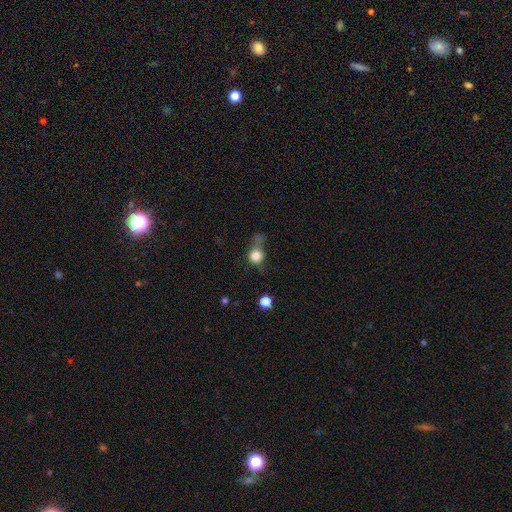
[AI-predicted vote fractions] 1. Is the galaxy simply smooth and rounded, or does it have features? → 74% smooth, 14% featured or disk, 12% star or artifact.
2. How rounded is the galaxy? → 82% round, 16% in between, 2% cigar-shaped.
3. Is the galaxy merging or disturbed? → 33% none (tied), 33% major disturbance (tied), 23% minor disturbance, 11% merger.